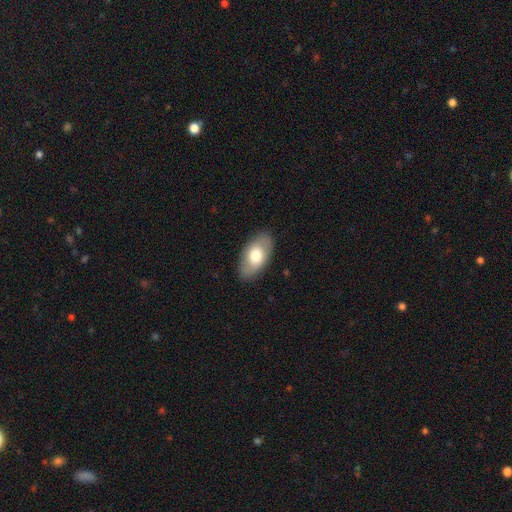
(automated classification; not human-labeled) A smooth galaxy with no disk features (66%) that is in between round and cigar-shaped (94%).

Vote fractions:
- Smooth or featured? smooth: 66% / featured or disk: 28% / star or artifact: 6%
- How rounded? in between: 94% / round: 4% / cigar-shaped: 2%
- Merging? none: 86% / minor disturbance: 10% / major disturbance: 3% / merger: 1%